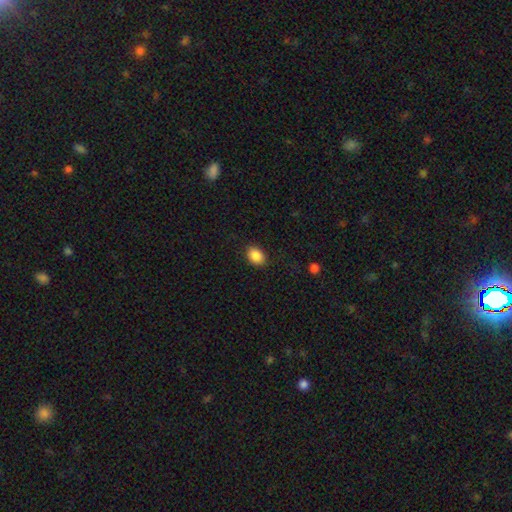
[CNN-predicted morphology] Overall: smooth (88%). How rounded: in between (71%). Merging: none (86%).